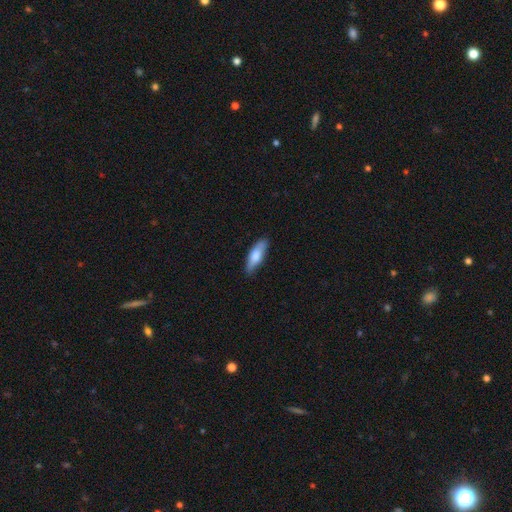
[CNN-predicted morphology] Overall: smooth (72%). How rounded: in between (55%; cigar-shaped 43%). Merging: none (83%).